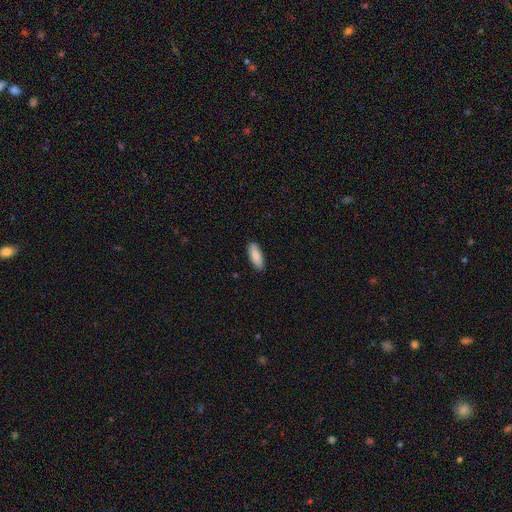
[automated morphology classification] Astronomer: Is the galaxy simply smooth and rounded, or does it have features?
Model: smooth — 88%.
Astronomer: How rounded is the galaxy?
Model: in between — 70%.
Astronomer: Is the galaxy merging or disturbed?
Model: none — 88%.